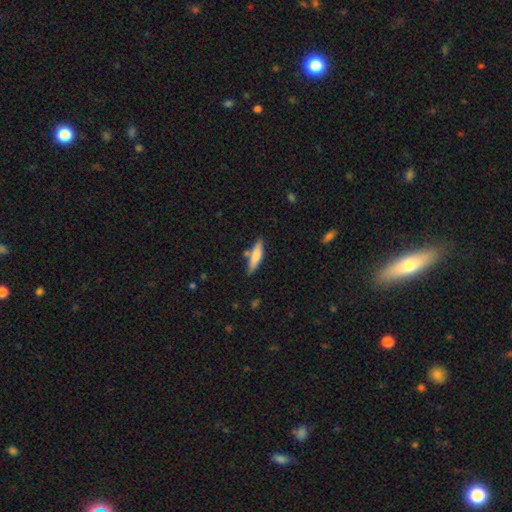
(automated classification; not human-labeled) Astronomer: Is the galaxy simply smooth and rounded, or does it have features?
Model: smooth — 71%.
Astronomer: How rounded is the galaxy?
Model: cigar-shaped — 73%.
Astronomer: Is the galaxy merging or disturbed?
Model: none — 74%.